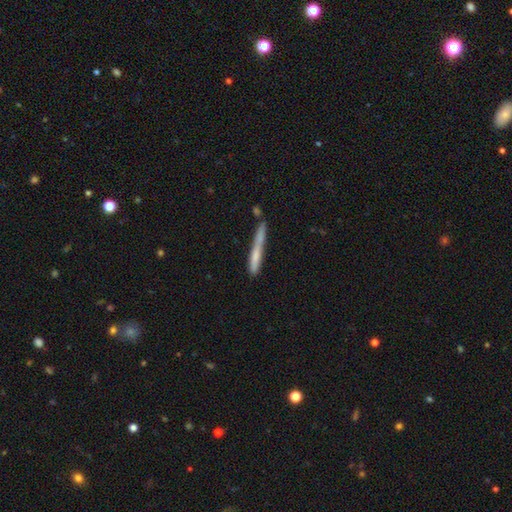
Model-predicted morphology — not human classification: This is likely a smooth galaxy (65%). How rounded: clearly cigar-shaped (95%). Merging: possibly none (56%).